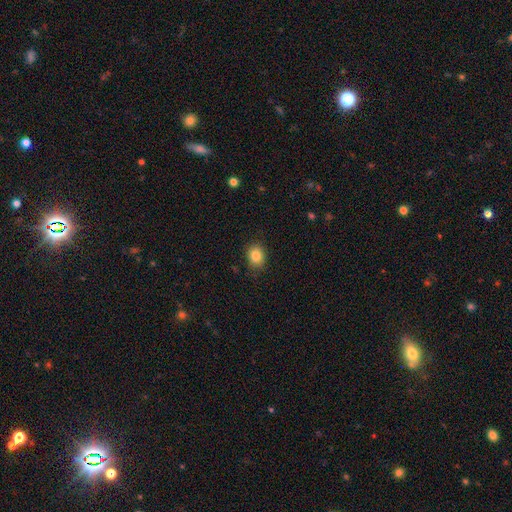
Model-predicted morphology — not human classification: smooth-or-featured: smooth: 85% | star or artifact: 10% | featured or disk: 5%
  how-rounded: round: 55% | in between: 44% | cigar-shaped: 1%
  merging: none: 85% | minor disturbance: 12% | major disturbance: 3% | merger: 1%